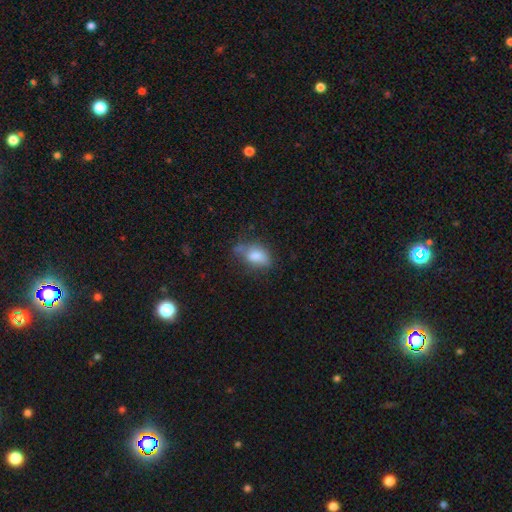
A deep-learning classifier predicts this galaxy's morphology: A smooth galaxy with no disk features (77%) that is in between round and cigar-shaped (85%).

Vote fractions:
- Smooth or featured? smooth: 77% / featured or disk: 13% / star or artifact: 10%
- How rounded? in between: 85% / round: 11% / cigar-shaped: 4%
- Merging? none: 49% / minor disturbance: 32% / major disturbance: 11% / merger: 7%